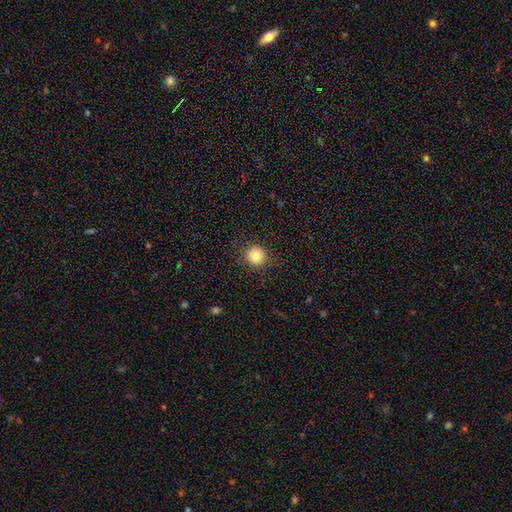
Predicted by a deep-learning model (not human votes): Smooth or featured?
  - smooth: 83% *
  - star or artifact: 10%
  - featured or disk: 6%
How rounded?
  - round: 93% *
  - in between: 6%
  - cigar-shaped: 1%
Merging?
  - none: 89% *
  - minor disturbance: 7%
  - major disturbance: 3%
  - merger: 1%